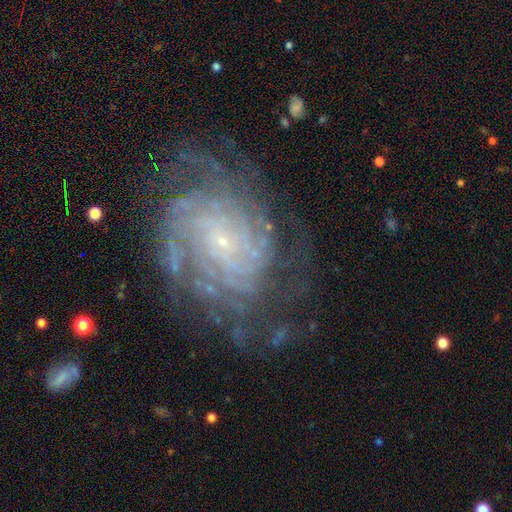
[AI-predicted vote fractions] Smooth or featured? Predicted: featured or disk (p=0.88). Edge-on disk? Predicted: no (p=0.97). Bar? Predicted: no (p=0.68). Spiral arms? Predicted: yes (p=0.97). Spiral winding? Predicted: tight (p=0.76). Spiral arm count? Predicted: can't tell (p=0.27). Bulge size? Predicted: small (p=0.88). Merging? Predicted: none (p=0.72).